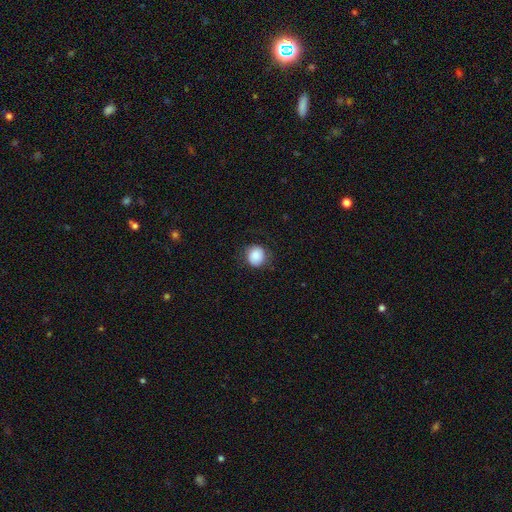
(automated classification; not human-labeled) smooth-or-featured: smooth: 83% | featured or disk: 8% | star or artifact: 8%
  how-rounded: round: 88% | in between: 11% | cigar-shaped: 1%
  merging: none: 80% | minor disturbance: 14% | major disturbance: 5% | merger: 1%